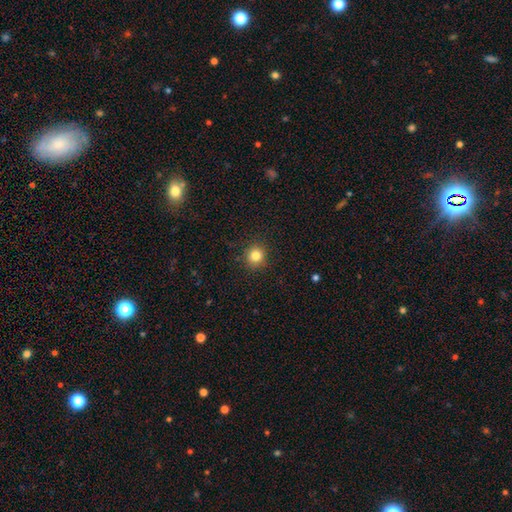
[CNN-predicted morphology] The model was most divided on "smooth or featured": smooth: 82%, star or artifact: 12%, featured or disk: 6%. More confident: merging — none (91%); how rounded — round (90%).